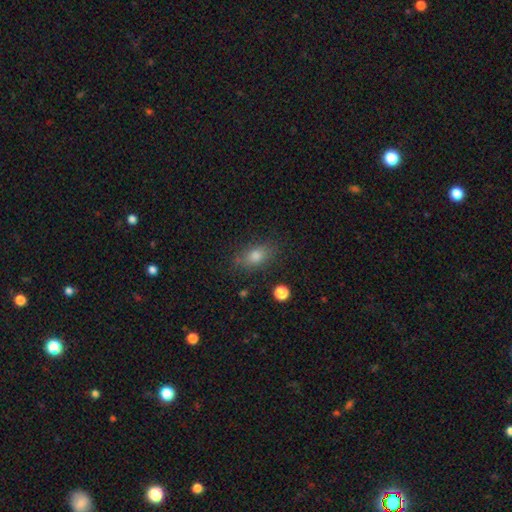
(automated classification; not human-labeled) smooth 77%, featured or disk 12%, star or artifact 12%. Down the decision tree: how rounded — in between (79%); merging — none (79%).